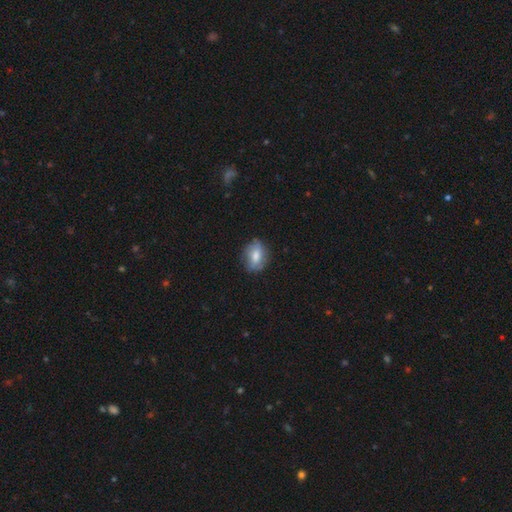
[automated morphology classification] smooth 66%, featured or disk 26%, star or artifact 8%. Down the decision tree: how rounded — in between (67%); merging — none (73%).